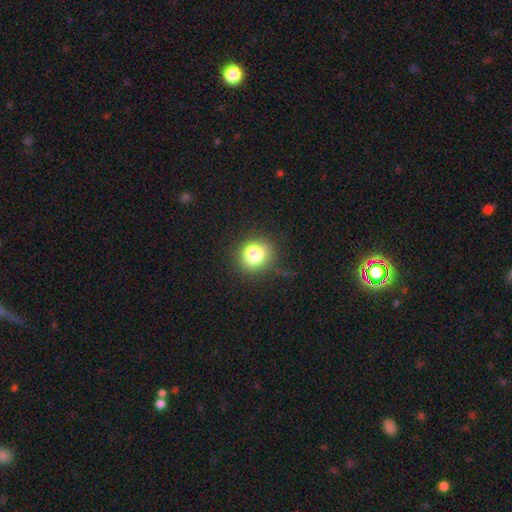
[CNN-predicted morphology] smooth 77%, star or artifact 13%, featured or disk 10%. Down the decision tree: how rounded — round (80%); merging — none (74%).